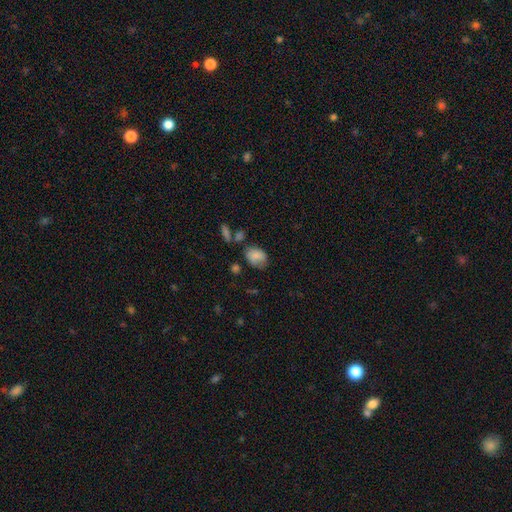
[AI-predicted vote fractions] Smooth or featured? Predicted: smooth (p=0.81). How rounded? Predicted: in between (p=0.74). Merging? Predicted: none (p=0.54).